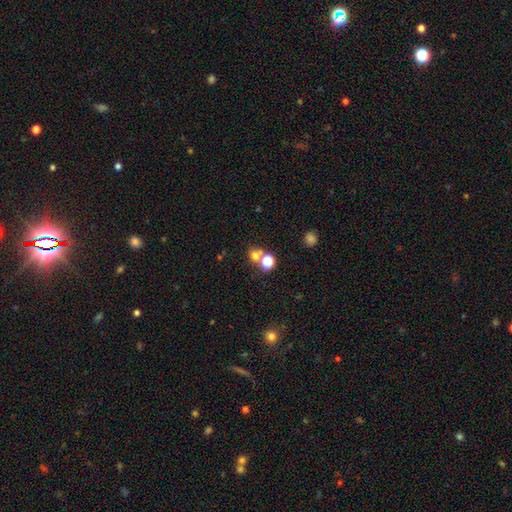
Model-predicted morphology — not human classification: Q: Smooth or featured?
A: smooth (68%); runner-up: star or artifact (21%)
Q: How rounded?
A: round (78%); runner-up: in between (21%)
Q: Merging?
A: none (48%); runner-up: merger (40%)